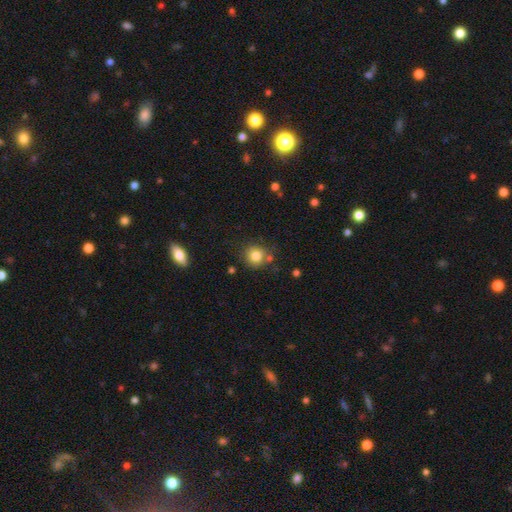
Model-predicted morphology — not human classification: smooth-or-featured: smooth: 82% | star or artifact: 11% | featured or disk: 7%
  how-rounded: round: 89% | in between: 10% | cigar-shaped: 1%
  merging: none: 76% | minor disturbance: 12% | merger: 8% | major disturbance: 4%